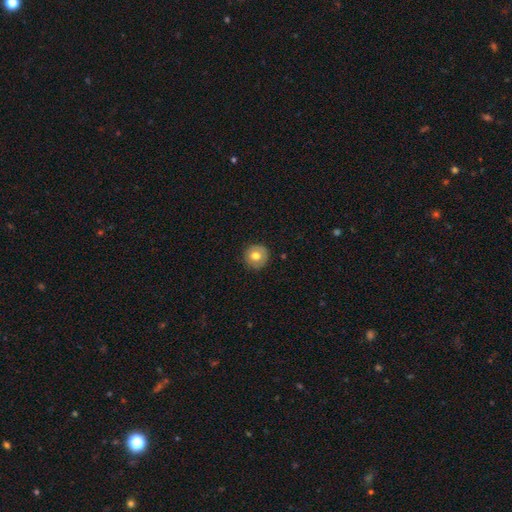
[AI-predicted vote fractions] This is likely a smooth galaxy (74%). How rounded: clearly round (95%). Merging: clearly none (88%).